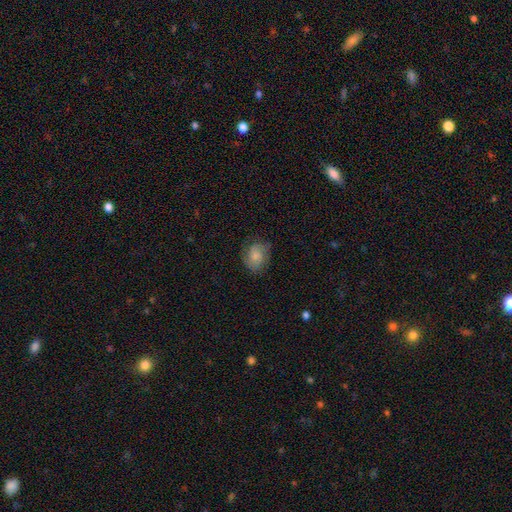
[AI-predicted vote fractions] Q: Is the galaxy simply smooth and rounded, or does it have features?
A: smooth — 65%.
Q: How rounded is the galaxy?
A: round — 50%.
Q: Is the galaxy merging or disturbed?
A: none — 68%.